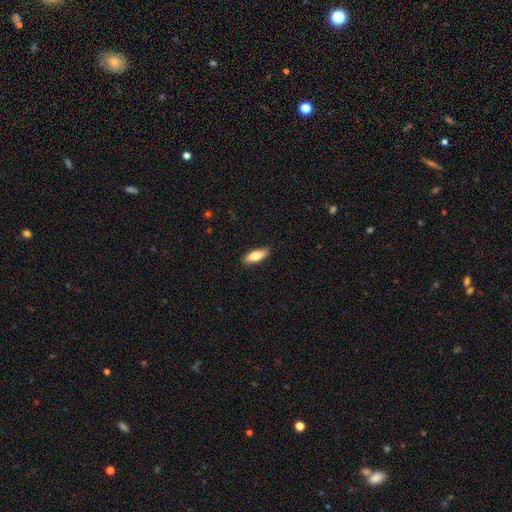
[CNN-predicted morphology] Smooth or featured? Predicted: smooth (p=0.78). How rounded? Predicted: in between (p=0.68). Merging? Predicted: none (p=0.89).